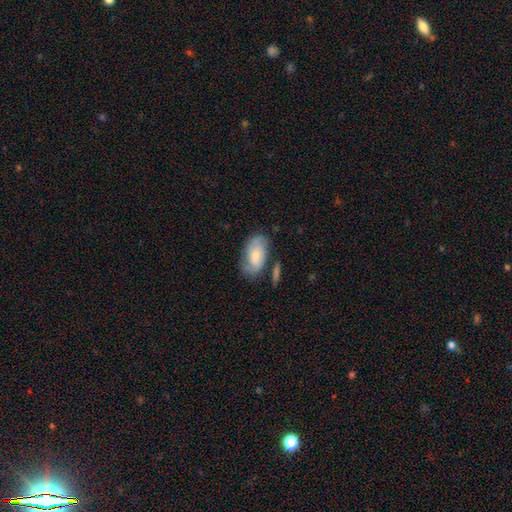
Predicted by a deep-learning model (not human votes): Smooth or featured? smooth (56%)
How rounded? in between (92%)
Merging? none (61%)